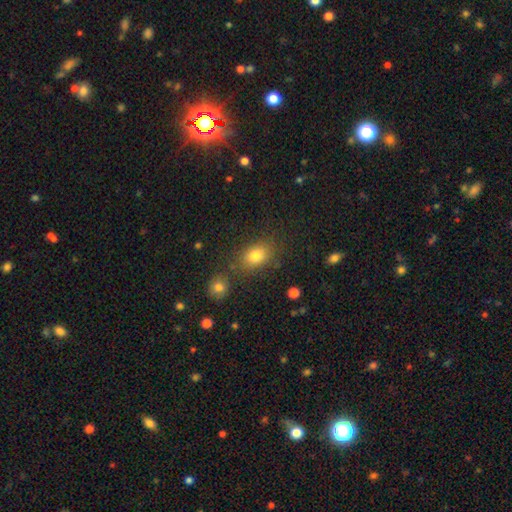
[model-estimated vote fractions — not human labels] Smooth or featured?
  - smooth: 79% *
  - star or artifact: 13%
  - featured or disk: 8%
How rounded?
  - in between: 71% *
  - round: 27%
  - cigar-shaped: 2%
Merging?
  - none: 73% *
  - minor disturbance: 13%
  - merger: 8%
  - major disturbance: 5%